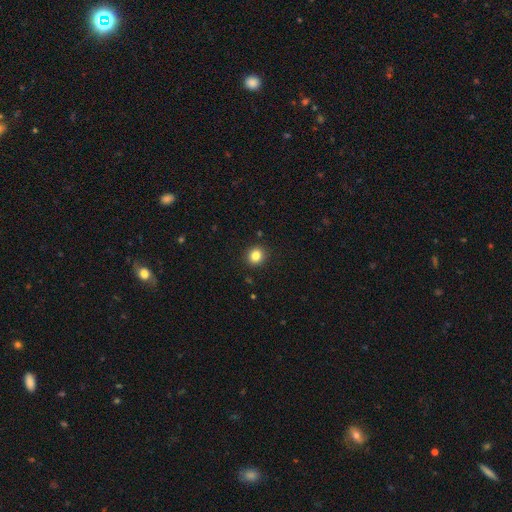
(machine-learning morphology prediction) The model was most divided on "how rounded": round: 84%, in between: 15%, cigar-shaped: 1%. More confident: merging — none (91%); smooth or featured — smooth (84%).